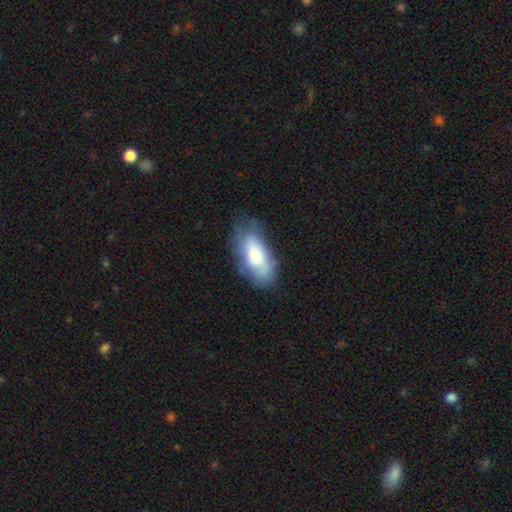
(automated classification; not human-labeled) smooth-or-featured: smooth: 71% | featured or disk: 22% | star or artifact: 7%
  how-rounded: in between: 87% | cigar-shaped: 10% | round: 3%
  merging: none: 61% | minor disturbance: 27% | major disturbance: 10% | merger: 2%